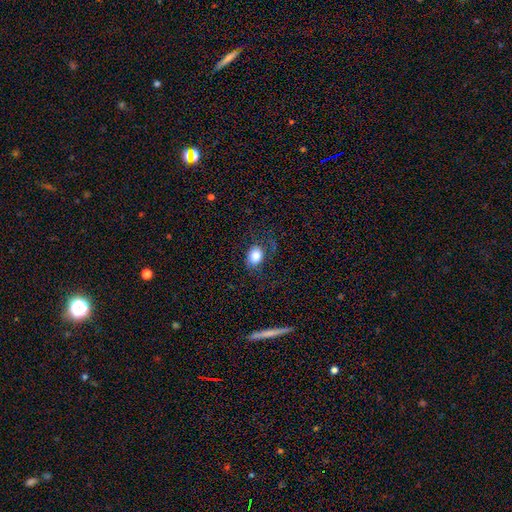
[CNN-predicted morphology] smooth-or-featured: smooth: 79% | featured or disk: 13% | star or artifact: 8%
  how-rounded: in between: 61% | round: 38% | cigar-shaped: 1%
  merging: none: 61% | minor disturbance: 20% | major disturbance: 17% | merger: 2%